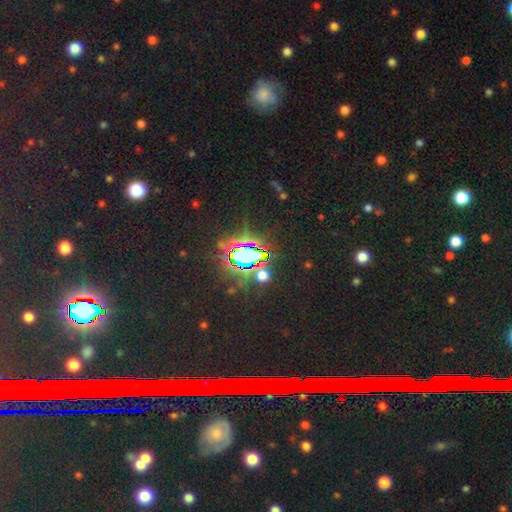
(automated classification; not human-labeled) Q: Smooth or featured?
A: star or artifact (74%); runner-up: smooth (18%)